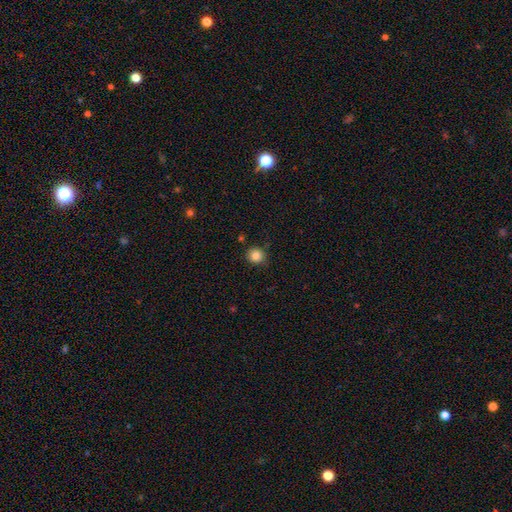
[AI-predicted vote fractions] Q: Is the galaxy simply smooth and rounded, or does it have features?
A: smooth — 84%.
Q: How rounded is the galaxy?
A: round — 89%.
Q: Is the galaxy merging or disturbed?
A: none — 84%.